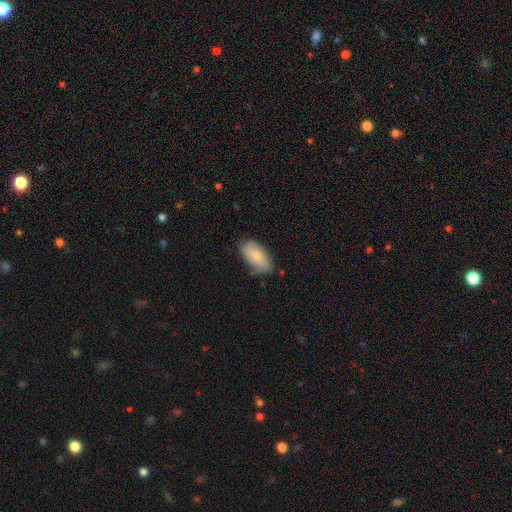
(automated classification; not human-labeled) This is likely a smooth galaxy (79%). How rounded: clearly in between (91%). Merging: likely none (76%).